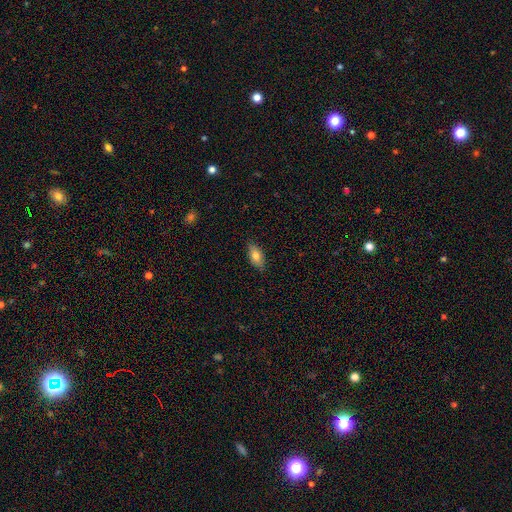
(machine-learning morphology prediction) This appears to be a smooth galaxy with no disk features (79%) that is in between round and cigar-shaped (88%). Merging: none (84%).